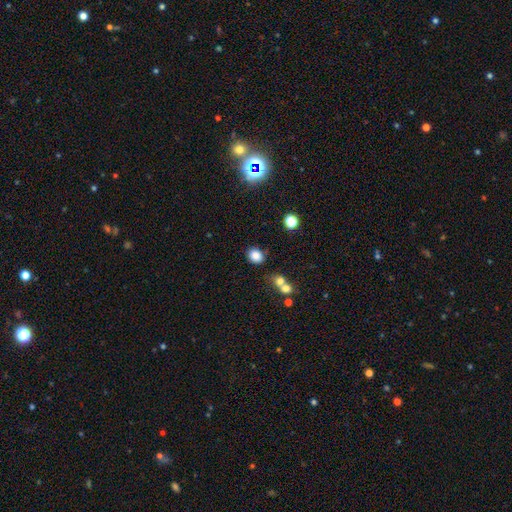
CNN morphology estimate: Overall: smooth (84%). How rounded: round (54%; in between 45%). Merging: none (77%).